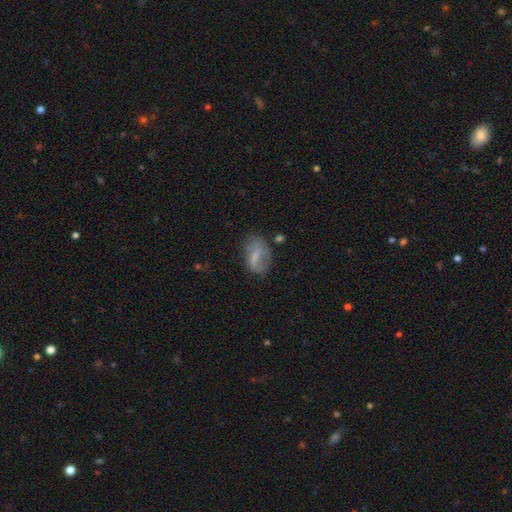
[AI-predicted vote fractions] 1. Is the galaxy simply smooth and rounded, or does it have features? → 55% smooth, 36% featured or disk, 10% star or artifact.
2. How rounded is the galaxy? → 83% in between, 13% round, 5% cigar-shaped.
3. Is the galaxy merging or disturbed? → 55% none, 27% minor disturbance, 15% major disturbance, 3% merger.